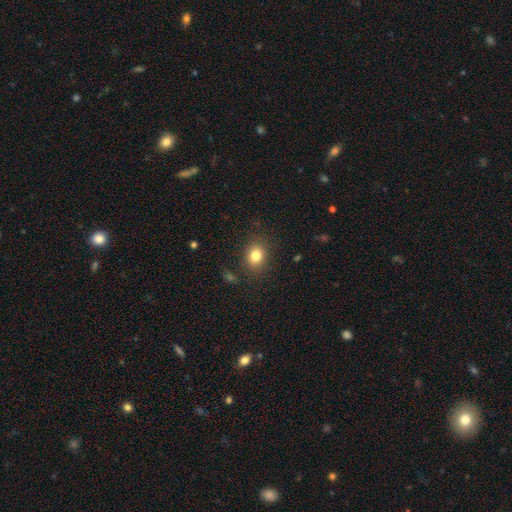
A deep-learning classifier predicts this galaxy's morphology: The model was most divided on "how rounded": round: 59%, in between: 40%, cigar-shaped: 1%. More confident: merging — none (85%); smooth or featured — smooth (81%).